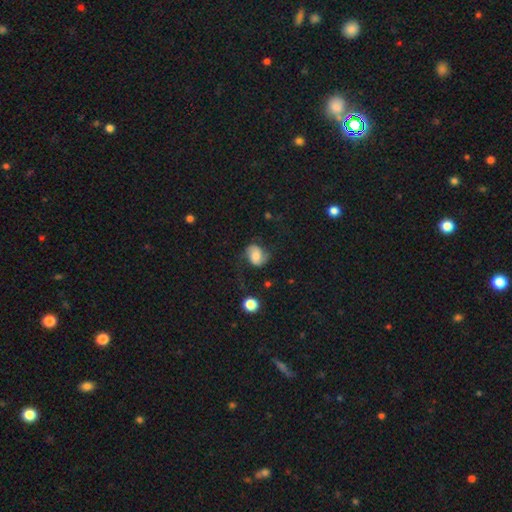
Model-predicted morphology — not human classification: A featured or disk galaxy (49%).

Vote fractions:
- Smooth or featured? featured or disk: 49% / smooth: 41% / star or artifact: 10%
- Merging? none: 58% / minor disturbance: 24% / major disturbance: 15% / merger: 2%